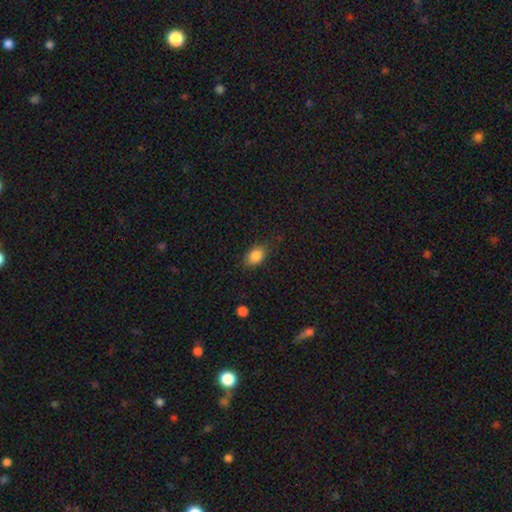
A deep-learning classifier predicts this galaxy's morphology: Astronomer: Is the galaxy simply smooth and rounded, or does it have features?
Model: smooth — 86%.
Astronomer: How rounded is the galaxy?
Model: in between — 80%.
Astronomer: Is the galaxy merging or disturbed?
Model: none — 80%.